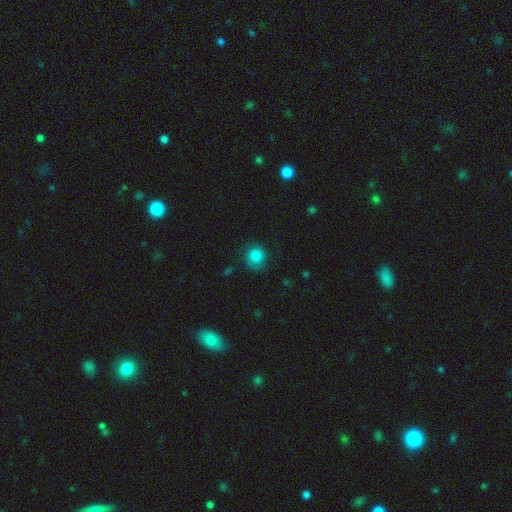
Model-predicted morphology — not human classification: Smooth or featured?
  - smooth: 78% *
  - featured or disk: 12%
  - star or artifact: 10%
How rounded?
  - round: 84% *
  - in between: 15%
  - cigar-shaped: 1%
Merging?
  - none: 69% *
  - minor disturbance: 21%
  - major disturbance: 9%
  - merger: 1%